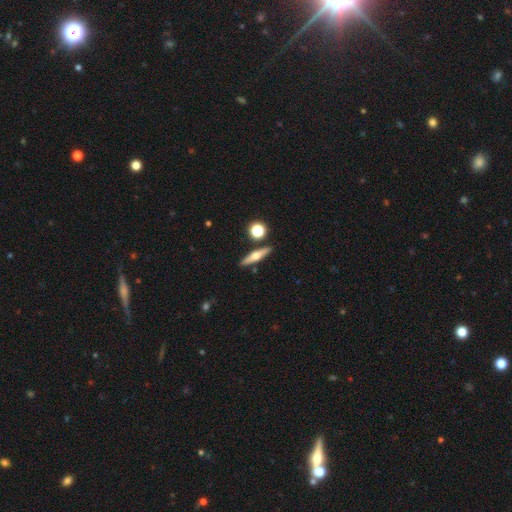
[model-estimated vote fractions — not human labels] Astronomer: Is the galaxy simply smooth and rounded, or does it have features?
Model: featured or disk — 54% (runner-up: smooth, 38%).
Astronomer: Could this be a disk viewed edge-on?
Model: yes — 94%.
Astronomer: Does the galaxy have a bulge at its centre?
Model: rounded — 93%.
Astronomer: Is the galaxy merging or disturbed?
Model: none — 85%.